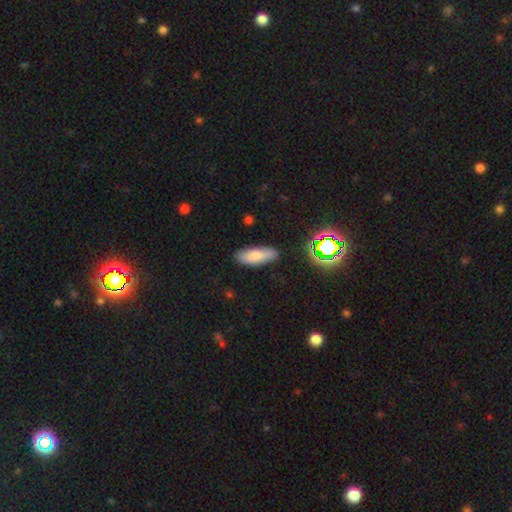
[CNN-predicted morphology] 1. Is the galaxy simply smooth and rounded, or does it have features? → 81% smooth, 10% featured or disk, 9% star or artifact.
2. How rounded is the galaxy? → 65% in between, 32% cigar-shaped, 2% round.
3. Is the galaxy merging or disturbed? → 83% none, 13% minor disturbance, 3% major disturbance, 2% merger.